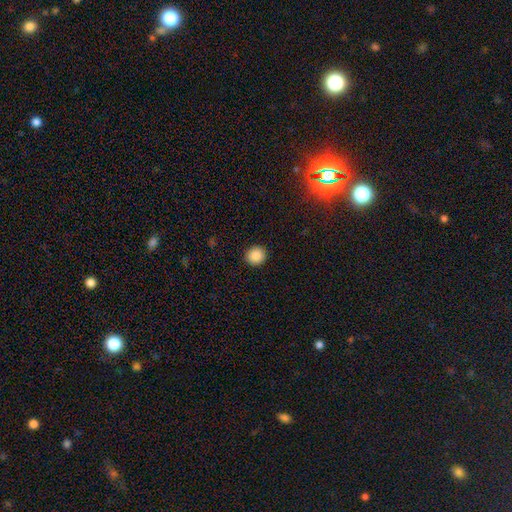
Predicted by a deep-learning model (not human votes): A smooth galaxy with no disk features (88%) that is round (92%).

Vote fractions:
- Smooth or featured? smooth: 88% / star or artifact: 9% / featured or disk: 3%
- How rounded? round: 92% / in between: 7% / cigar-shaped: 1%
- Merging? none: 92% / minor disturbance: 5% / major disturbance: 2% / merger: 1%